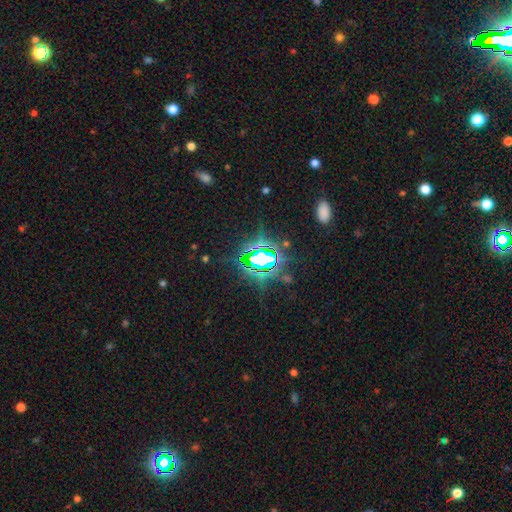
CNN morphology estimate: Smooth or featured? Predicted: star or artifact (p=0.80).